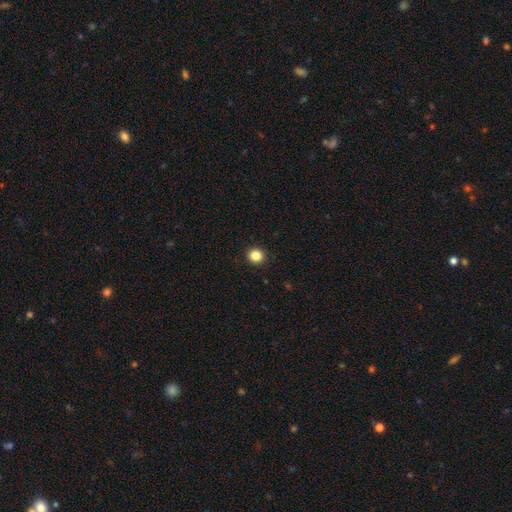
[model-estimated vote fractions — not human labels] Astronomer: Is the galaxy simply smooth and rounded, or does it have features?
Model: smooth — 85%.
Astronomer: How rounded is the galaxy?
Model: round — 92%.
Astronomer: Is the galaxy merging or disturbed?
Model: none — 93%.